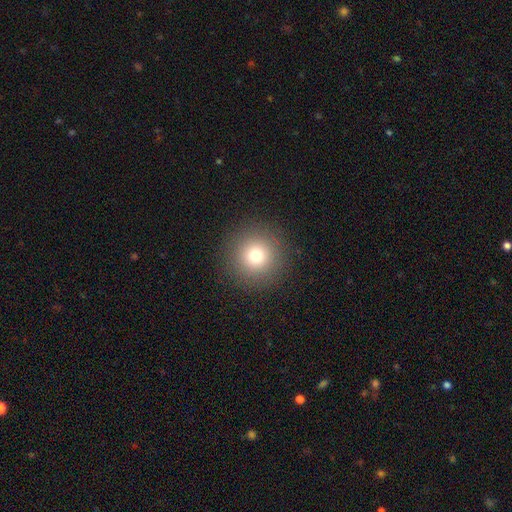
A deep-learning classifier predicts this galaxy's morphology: Overall: smooth (75%). How rounded: round (96%). Merging: none (92%).